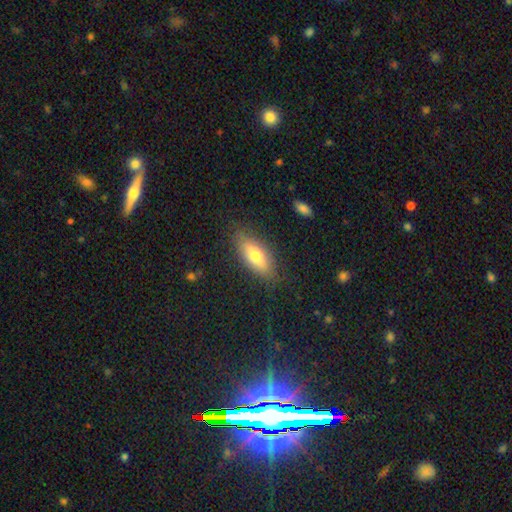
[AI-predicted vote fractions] smooth-or-featured: smooth: 69% | featured or disk: 23% | star or artifact: 7%
  how-rounded: in between: 71% | cigar-shaped: 26% | round: 3%
  merging: none: 83% | minor disturbance: 12% | major disturbance: 3% | merger: 1%